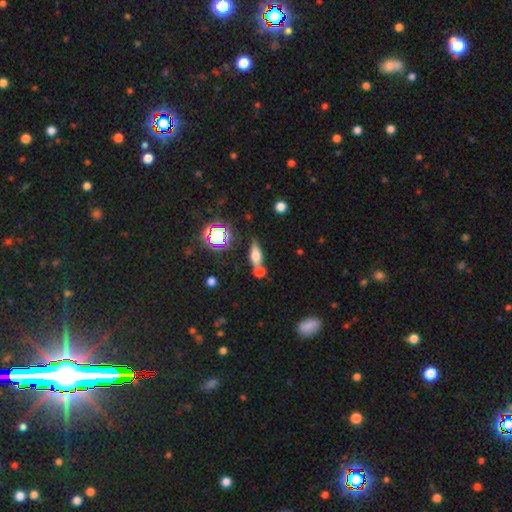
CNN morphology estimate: Overall: smooth (63%). How rounded: in between (62%; cigar-shaped 26%). Merging: none (50%; merger 33%).